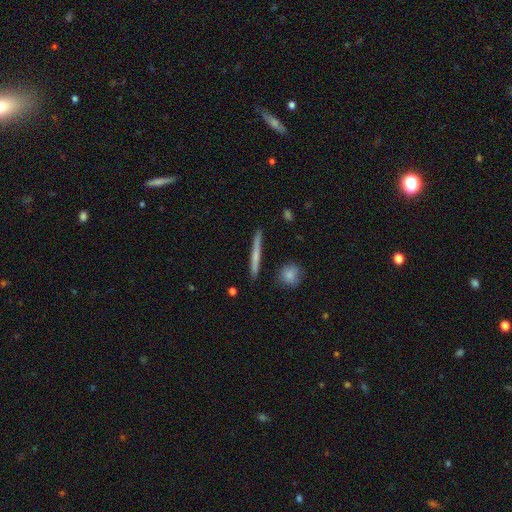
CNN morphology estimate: This appears to be a smooth galaxy with no disk features (53%) that is cigar-shaped (95%). Merging: none (90%).